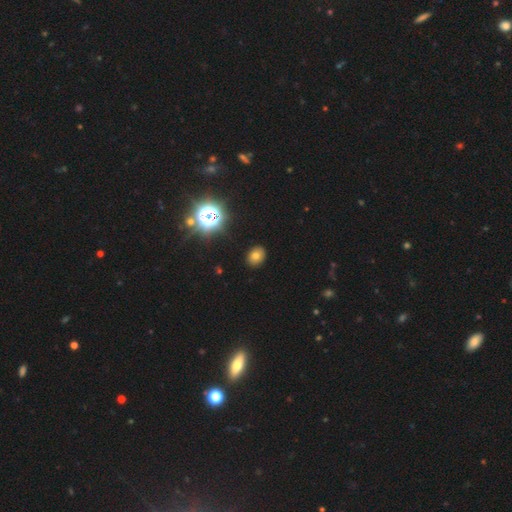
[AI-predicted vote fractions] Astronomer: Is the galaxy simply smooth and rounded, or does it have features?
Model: smooth — 69%.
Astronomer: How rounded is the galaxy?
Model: in between — 52% (runner-up: round, 47%).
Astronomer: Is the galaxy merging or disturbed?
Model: none — 89%.